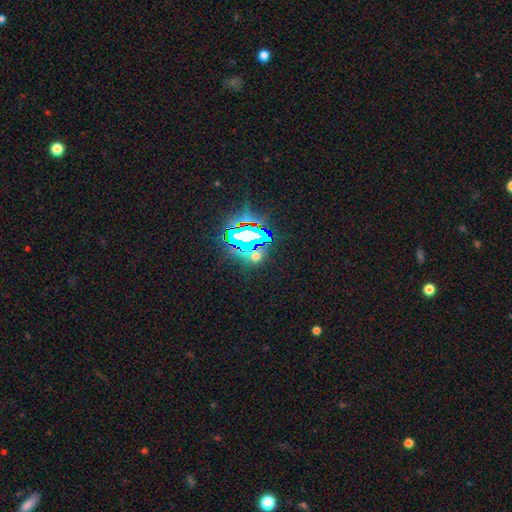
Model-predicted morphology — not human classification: Overall: star or artifact (68%).